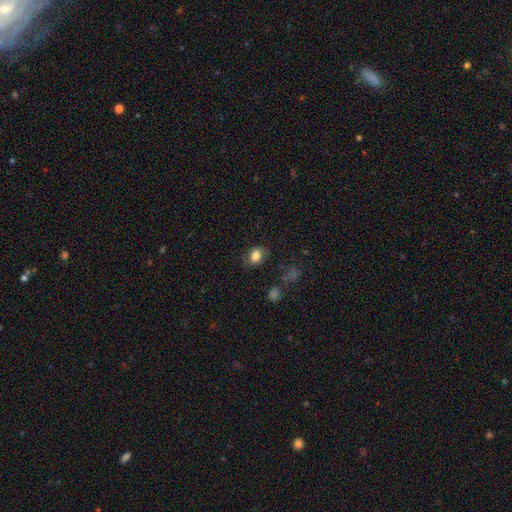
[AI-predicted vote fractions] smooth_or_featured: smooth (p=0.81) [alt: featured or disk p=0.10]
how_rounded: in between (p=0.71) [alt: round p=0.28]
merging: none (p=0.71) [alt: minor disturbance p=0.20]